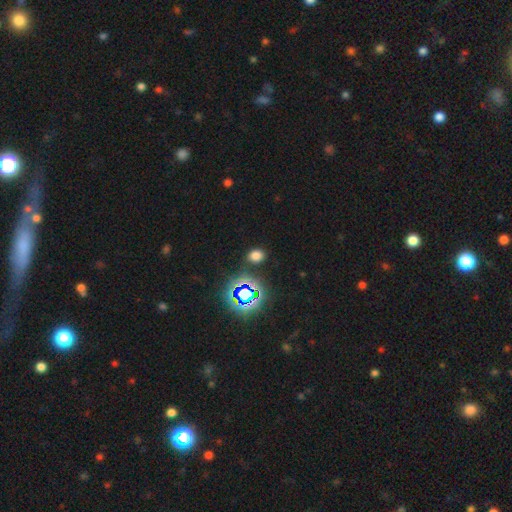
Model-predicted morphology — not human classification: Smooth or featured: smooth — 65% (star or artifact — 29%)
How rounded: in between — 59% (round — 40%)
Merging: none — 85% (minor disturbance — 9%)